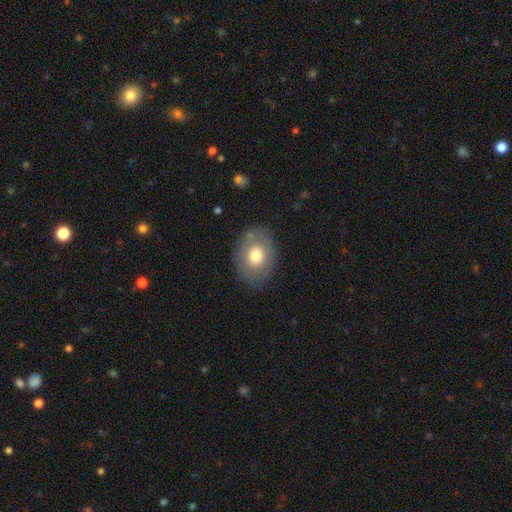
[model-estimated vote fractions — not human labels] Smooth or featured?
  - smooth: 67% *
  - featured or disk: 25%
  - star or artifact: 8%
How rounded?
  - in between: 57% *
  - round: 42%
  - cigar-shaped: 1%
Merging?
  - none: 79% *
  - minor disturbance: 14%
  - major disturbance: 5%
  - merger: 2%